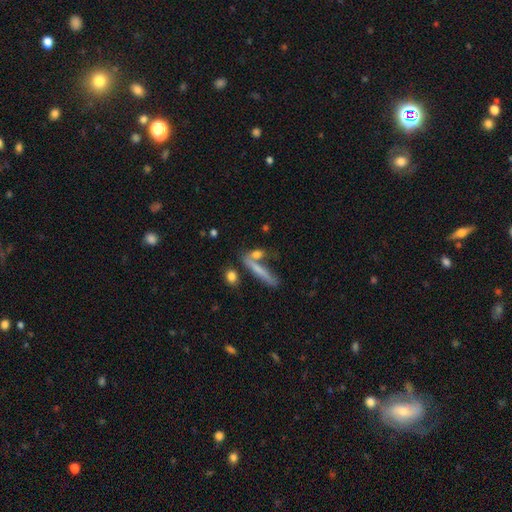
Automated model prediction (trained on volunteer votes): Overall: smooth (60%; featured or disk 30%). How rounded: cigar-shaped (81%). Merging: none (60%; merger 21%).